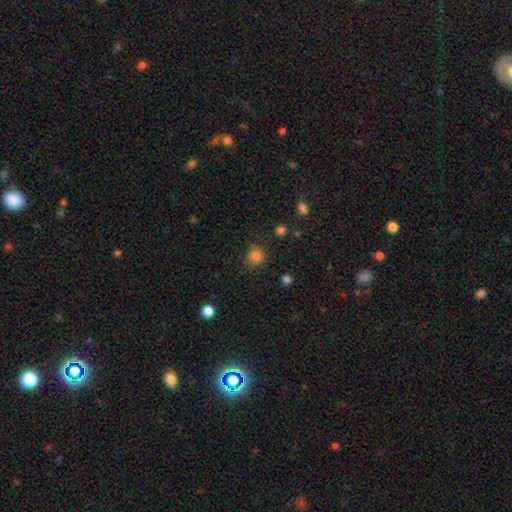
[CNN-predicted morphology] Smooth or featured? smooth (83%)
How rounded? round (88%)
Merging? none (82%)